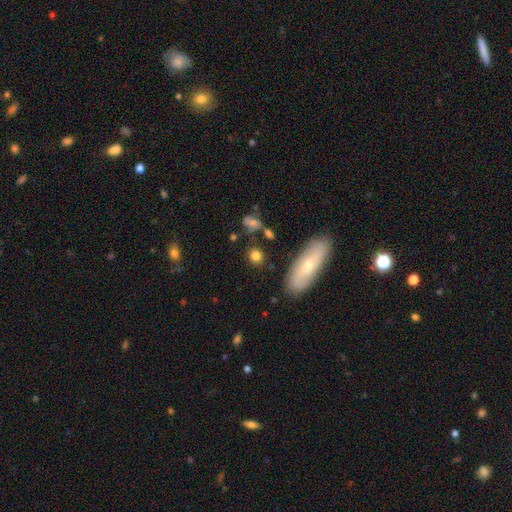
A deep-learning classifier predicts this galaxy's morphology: A smooth galaxy with no disk features (78%) that is round (66%). Merging: none (77%).